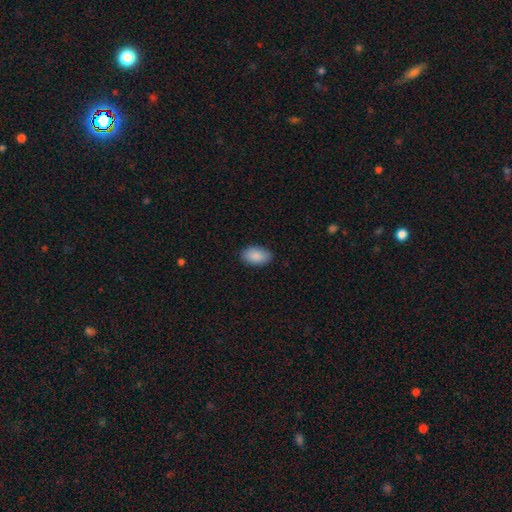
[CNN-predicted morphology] This is clearly a smooth galaxy (89%). How rounded: clearly in between (93%). Merging: clearly none (85%).